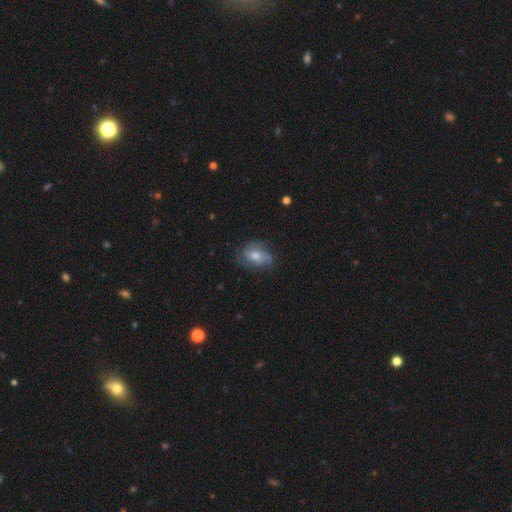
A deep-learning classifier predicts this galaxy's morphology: type=featured or disk (56%); edge-on=no (95%); bar=no (59%); spiral arms=yes (80%); bulge=moderate (62%); merging=none (65%).